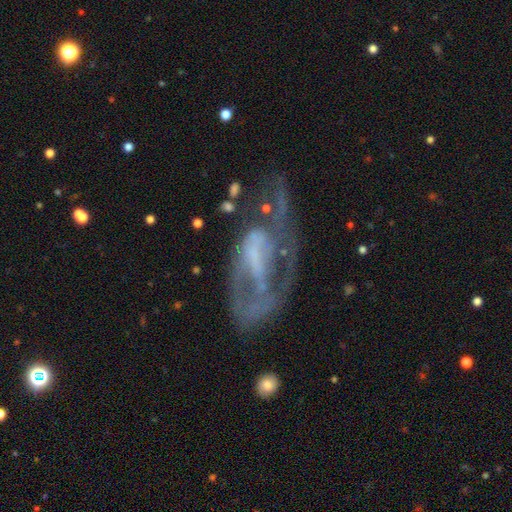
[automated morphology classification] Q: Smooth or featured?
A: featured or disk (74%); runner-up: smooth (16%)
Q: Edge-on disk?
A: no (93%); runner-up: yes (7%)
Q: Bar?
A: no (46%); runner-up: weak (32%)
Q: Spiral arms?
A: yes (59%); runner-up: no (41%)
Q: Bulge size?
A: none (50%); runner-up: small (24%)
Q: Merging?
A: major disturbance (47%); runner-up: none (30%)